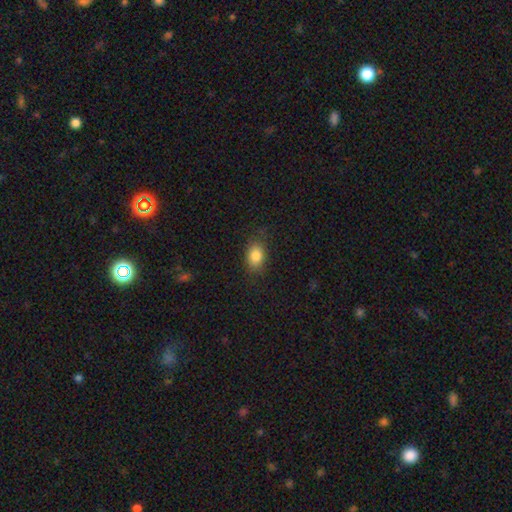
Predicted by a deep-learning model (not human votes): Smooth or featured? smooth (84%)
How rounded? in between (75%)
Merging? none (82%)